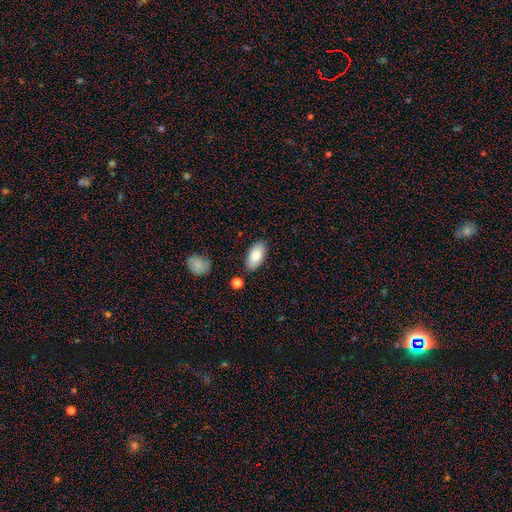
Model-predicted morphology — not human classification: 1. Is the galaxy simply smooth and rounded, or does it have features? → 82% smooth, 11% featured or disk, 6% star or artifact.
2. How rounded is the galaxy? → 93% in between, 5% cigar-shaped, 2% round.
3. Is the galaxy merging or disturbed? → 84% none, 11% minor disturbance, 3% merger, 2% major disturbance.